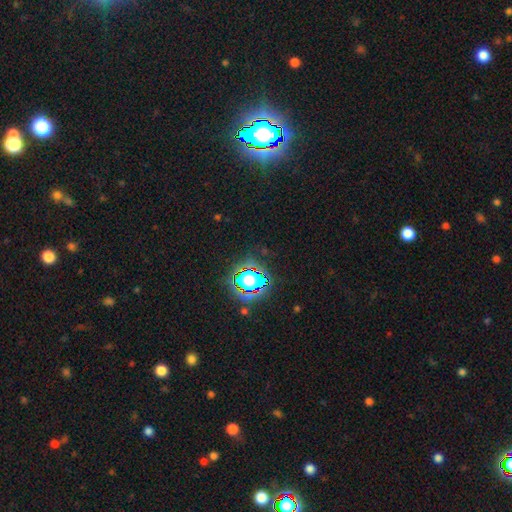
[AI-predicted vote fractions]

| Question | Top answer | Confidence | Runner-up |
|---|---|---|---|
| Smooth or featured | star or artifact | 80% | smooth (12%) |